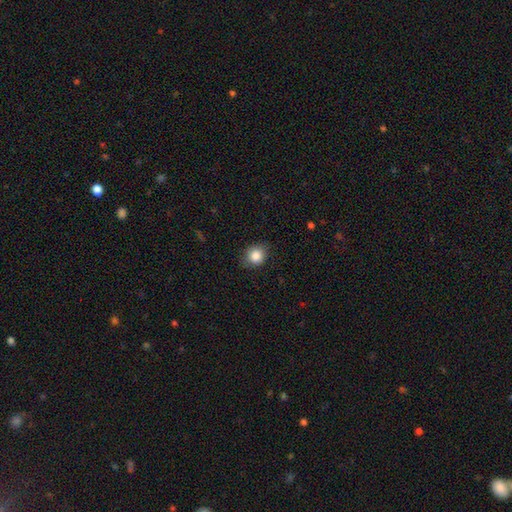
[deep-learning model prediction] Smooth or featured? smooth (85%)
How rounded? round (71%)
Merging? none (79%)